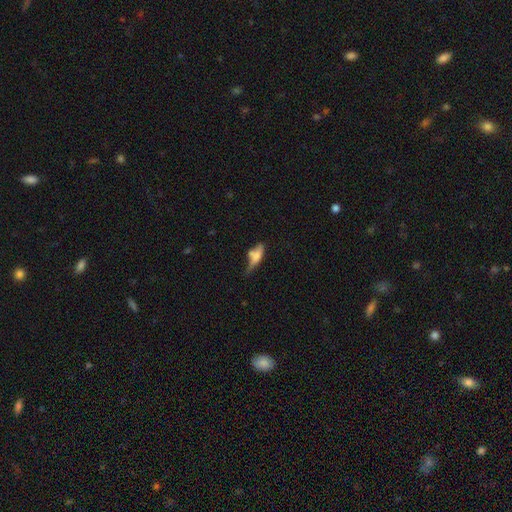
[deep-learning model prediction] Smooth or featured: smooth — 54% (featured or disk — 37%)
How rounded: cigar-shaped — 51% (in between — 45%)
Merging: none — 39% (minor disturbance — 25%)